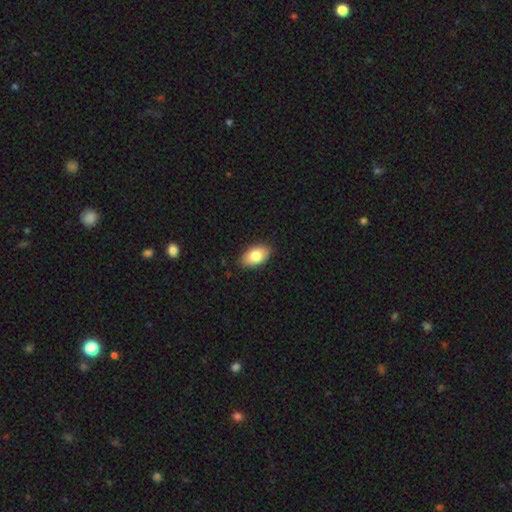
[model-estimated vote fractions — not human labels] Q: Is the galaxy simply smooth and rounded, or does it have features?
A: smooth — 83%.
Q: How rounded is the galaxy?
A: in between — 93%.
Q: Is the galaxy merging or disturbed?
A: none — 87%.